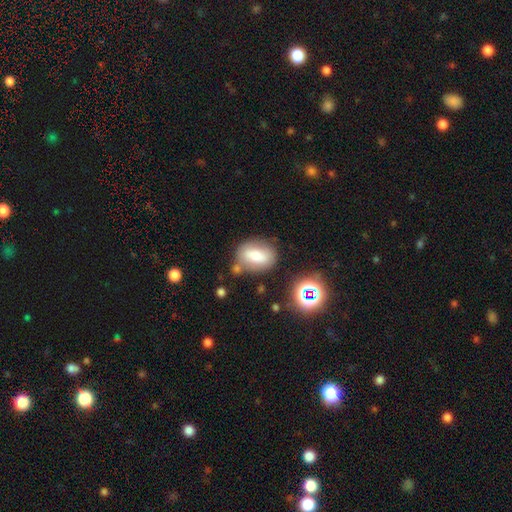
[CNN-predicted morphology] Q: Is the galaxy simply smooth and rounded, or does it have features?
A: smooth — 67%.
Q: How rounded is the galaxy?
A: in between — 68%.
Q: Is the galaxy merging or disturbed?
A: none — 68%.